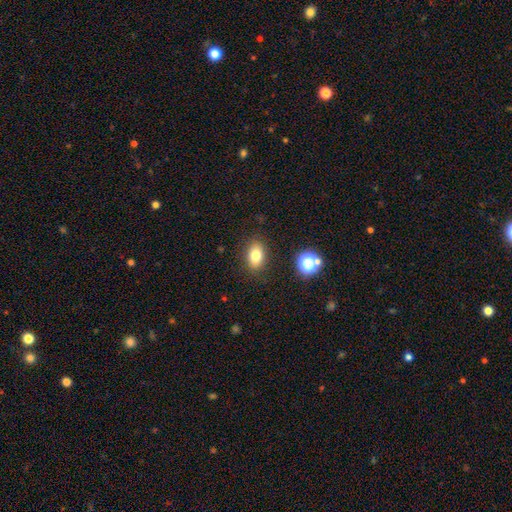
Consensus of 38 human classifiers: A smooth galaxy with no disk features (84%) that is in between round and cigar-shaped (78%).

Vote fractions:
- Smooth or featured? smooth: 84% / featured or disk: 11% / star or artifact: 5%
- How rounded? in between: 78% / round: 19% / cigar-shaped: 3%
- Merging? none: 78% / minor disturbance: 11% / major disturbance: 6% / merger: 6%